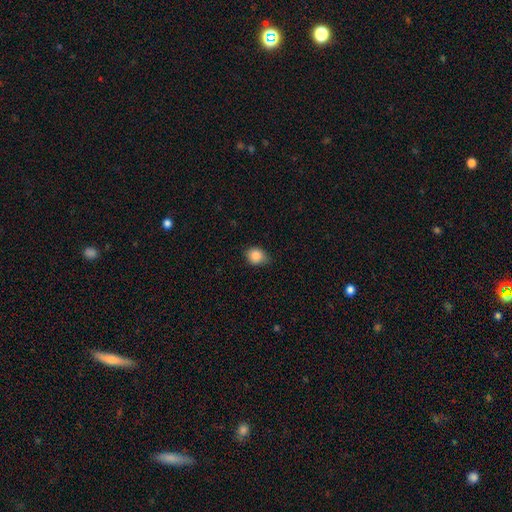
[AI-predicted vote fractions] Smooth or featured? smooth (86%)
How rounded? round (62%)
Merging? none (72%)